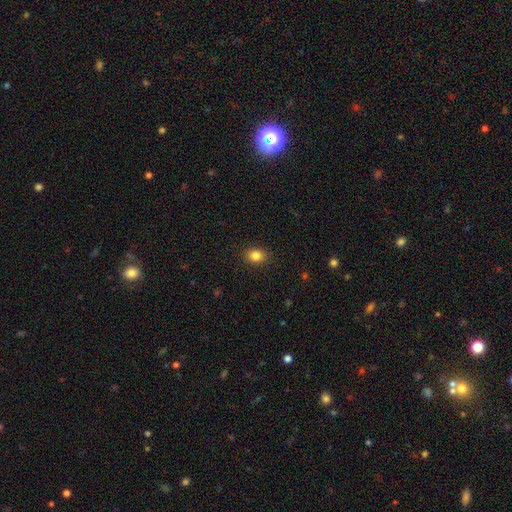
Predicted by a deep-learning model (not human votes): smooth 84%, star or artifact 11%, featured or disk 5%. Down the decision tree: how rounded — in between (56%); merging — none (89%).